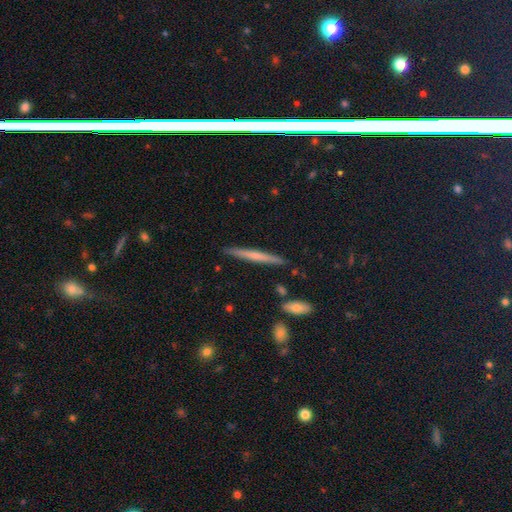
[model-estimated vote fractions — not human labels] smooth-or-featured: featured or disk: 48% | smooth: 46% | star or artifact: 6%
  merging: none: 90% | minor disturbance: 7% | merger: 2% | major disturbance: 1%